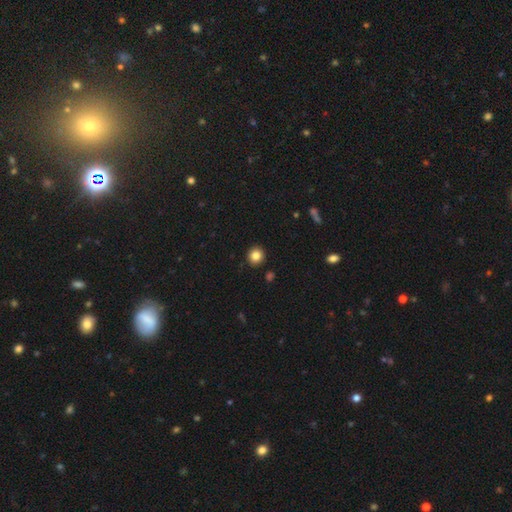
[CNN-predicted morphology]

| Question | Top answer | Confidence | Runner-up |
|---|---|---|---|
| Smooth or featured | smooth | 84% | star or artifact (11%) |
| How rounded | round | 89% | in between (10%) |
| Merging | none | 91% | minor disturbance (6%) |